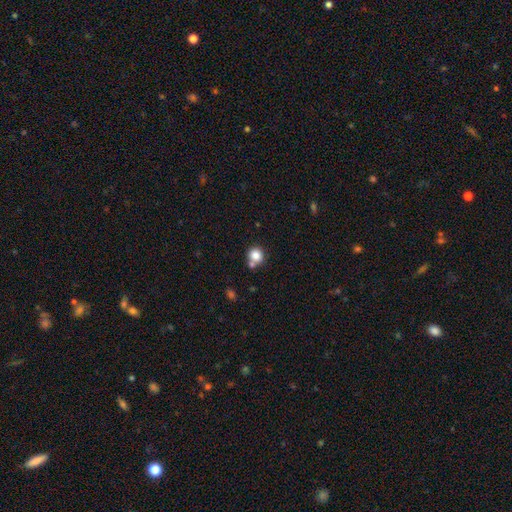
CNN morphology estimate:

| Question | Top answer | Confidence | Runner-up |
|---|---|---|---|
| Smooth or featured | smooth | 83% | star or artifact (11%) |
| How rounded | round | 87% | in between (12%) |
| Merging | none | 61% | merger (25%) |